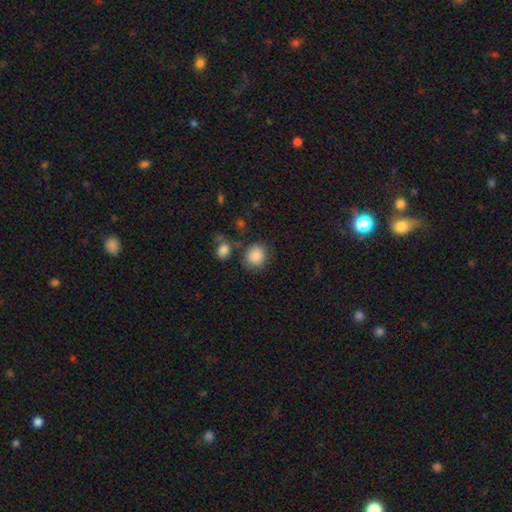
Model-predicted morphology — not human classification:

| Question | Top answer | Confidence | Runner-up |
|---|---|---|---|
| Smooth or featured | smooth | 88% | star or artifact (8%) |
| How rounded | round | 79% | in between (20%) |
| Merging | none | 74% | minor disturbance (14%) |